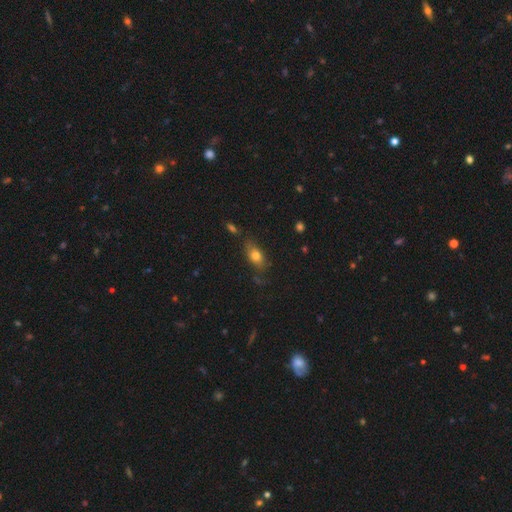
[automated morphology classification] Overall: smooth (75%). How rounded: in between (82%). Merging: none (68%).